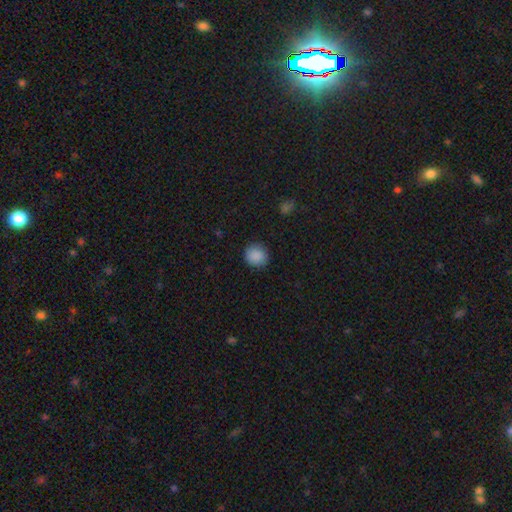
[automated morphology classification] Smooth or featured: smooth — 88% (star or artifact — 9%)
How rounded: round — 89% (in between — 10%)
Merging: none — 89% (minor disturbance — 8%)